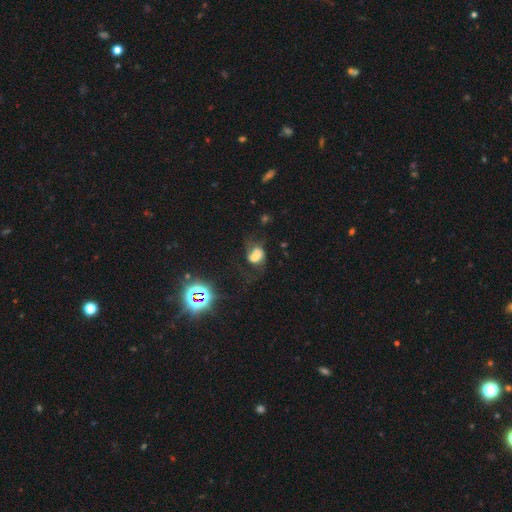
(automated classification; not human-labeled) Smooth or featured?
  - smooth: 46% *
  - featured or disk: 34%
  - star or artifact: 19%
Merging?
  - major disturbance: 31% *
  - none: 28%
  - merger: 21%
  - minor disturbance: 20%